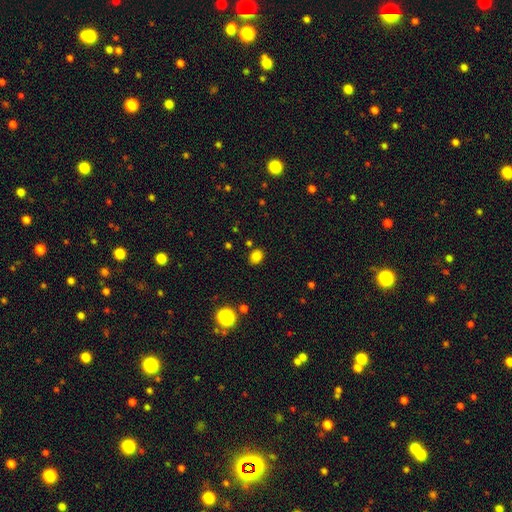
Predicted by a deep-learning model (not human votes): This is clearly a smooth galaxy (80%). How rounded: possibly in between (55%). Merging: clearly none (83%).